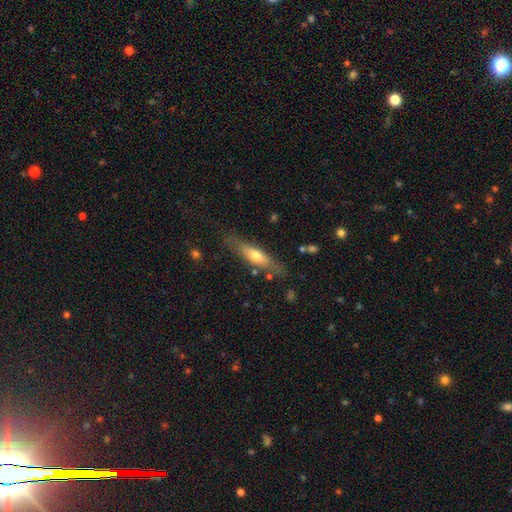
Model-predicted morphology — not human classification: A smooth galaxy with no disk features (54%) that is cigar-shaped (69%). Merging: none (78%).